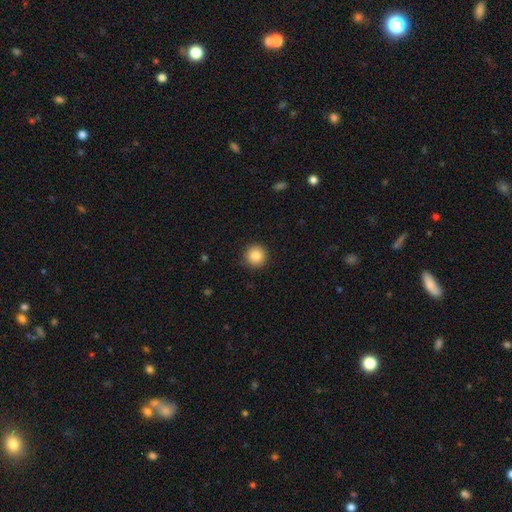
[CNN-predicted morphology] Overall: smooth (83%). How rounded: round (96%). Merging: none (92%).